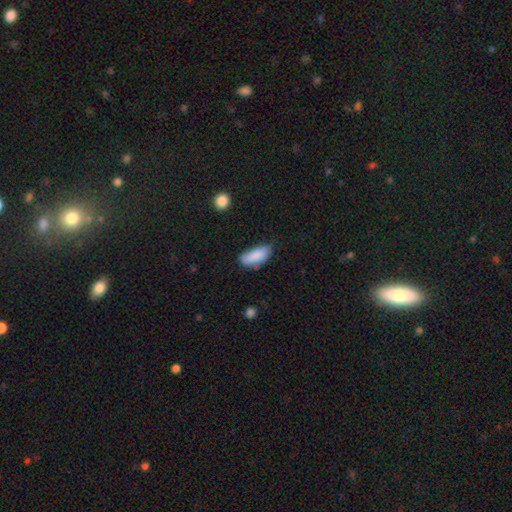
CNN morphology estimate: This is clearly a smooth galaxy (85%). How rounded: clearly in between (84%). Merging: possibly none (57%).